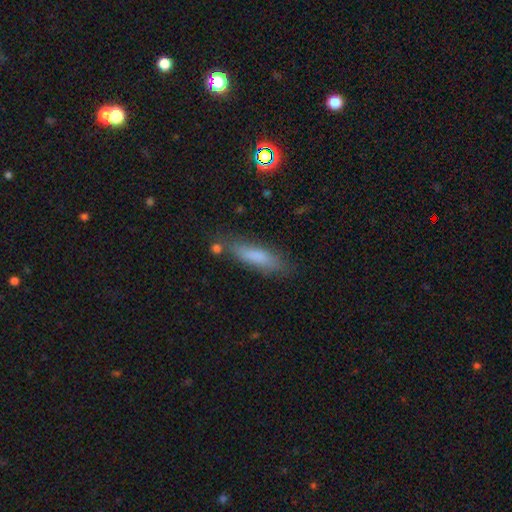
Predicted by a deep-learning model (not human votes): This appears to be a smooth galaxy with no disk features (74%) that is cigar-shaped (70%). Merging: none (75%).